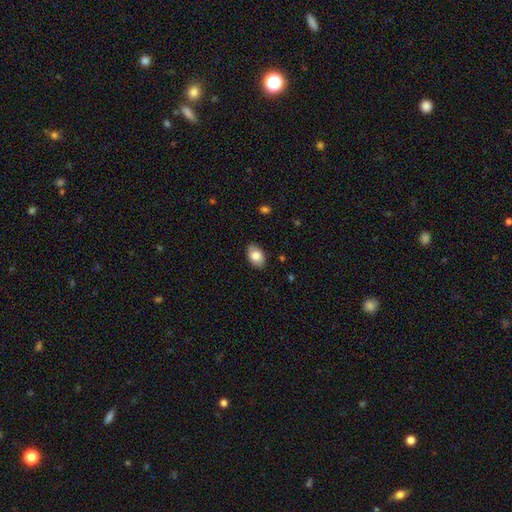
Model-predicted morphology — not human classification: smooth_or_featured: smooth (p=0.83) [alt: featured or disk p=0.10]
how_rounded: in between (p=0.89) [alt: round p=0.10]
merging: none (p=0.85) [alt: minor disturbance p=0.11]